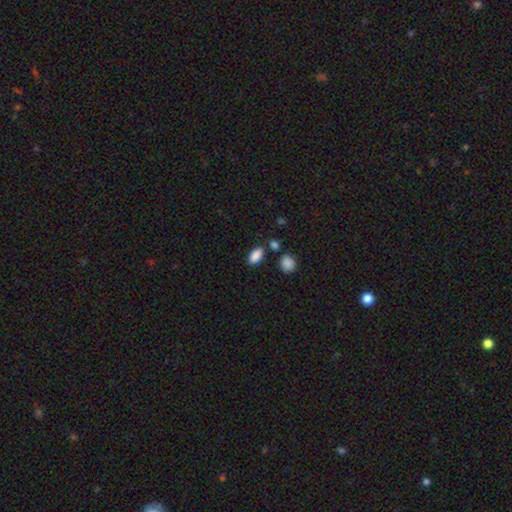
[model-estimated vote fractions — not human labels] Smooth or featured: smooth — 88% (star or artifact — 8%)
How rounded: in between — 91% (round — 6%)
Merging: none — 78% (minor disturbance — 11%)